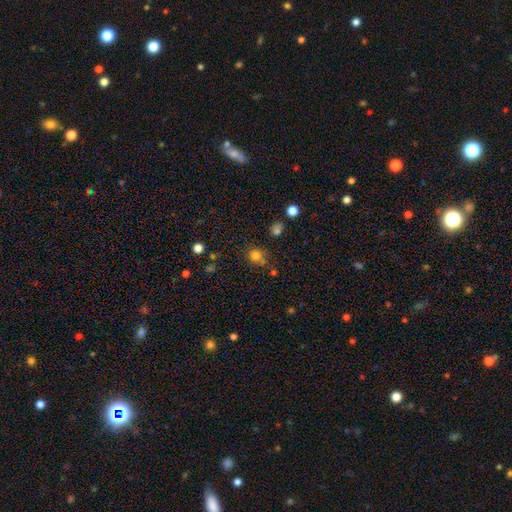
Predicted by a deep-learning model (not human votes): This appears to be a smooth galaxy with no disk features (77%) that is round (77%). Merging: none (66%).